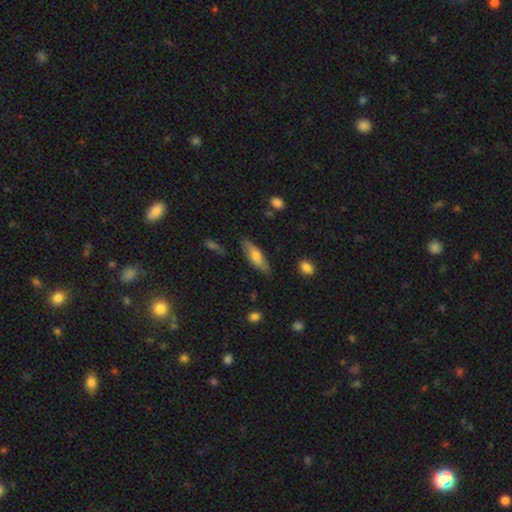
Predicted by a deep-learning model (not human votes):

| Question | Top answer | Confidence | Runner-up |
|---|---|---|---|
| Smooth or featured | smooth | 67% | featured or disk (26%) |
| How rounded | in between | 52% | cigar-shaped (46%) |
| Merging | none | 78% | minor disturbance (17%) |